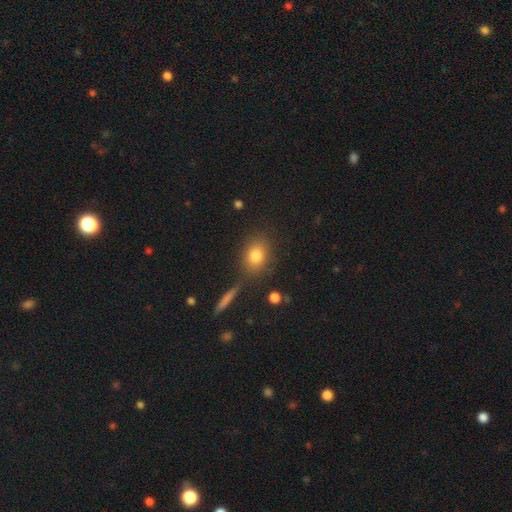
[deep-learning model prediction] smooth_or_featured: smooth (p=0.80) [alt: star or artifact p=0.10]
how_rounded: in between (p=0.56) [alt: round p=0.41]
merging: none (p=0.77) [alt: minor disturbance p=0.12]